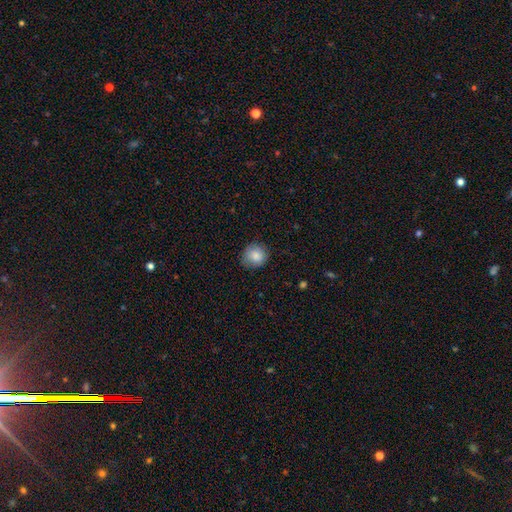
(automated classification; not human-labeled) smooth 85%, star or artifact 8%, featured or disk 7%. Down the decision tree: how rounded — round (88%); merging — none (80%).